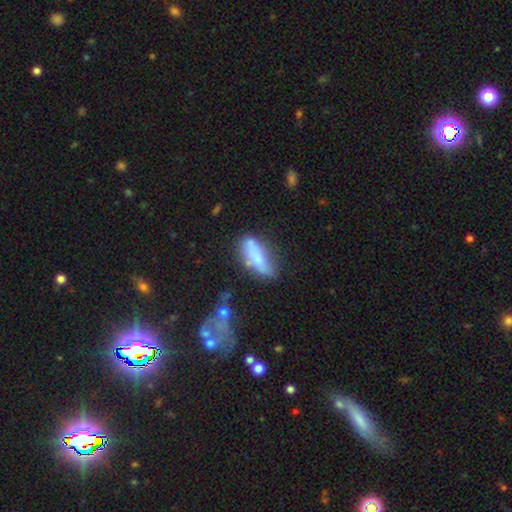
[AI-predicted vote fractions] Smooth or featured? smooth (64%)
How rounded? in between (61%)
Merging? none (49%)